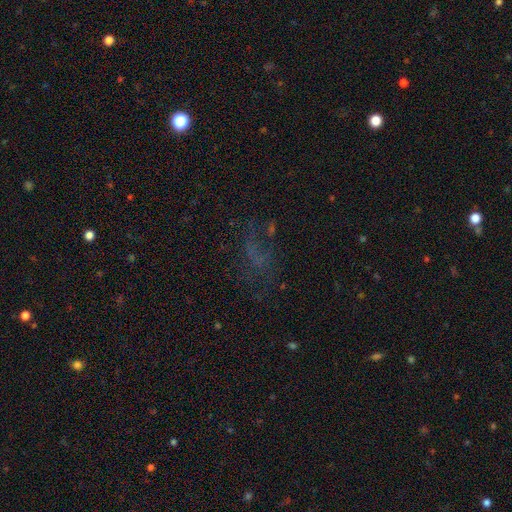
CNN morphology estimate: Smooth or featured? star or artifact (40%)